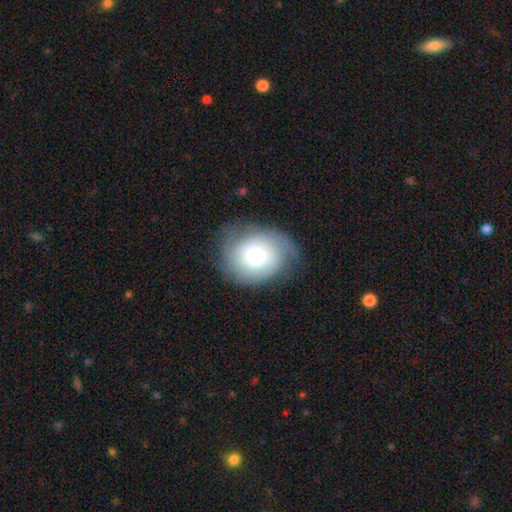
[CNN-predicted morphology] Smooth or featured: featured or disk — 48% (smooth — 44%)
Merging: none — 66% (minor disturbance — 22%)